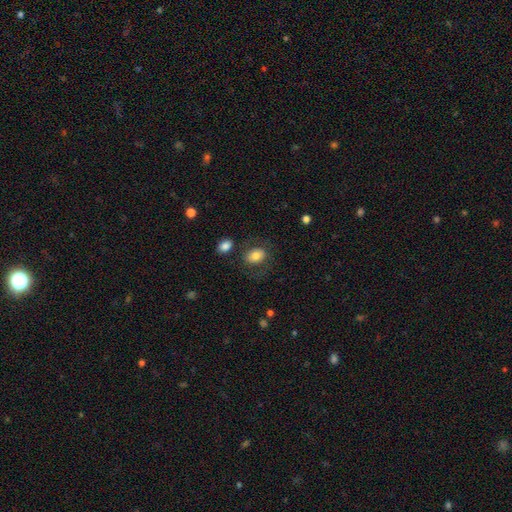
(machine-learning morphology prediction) The model was most divided on "how rounded": in between: 67%, round: 32%, cigar-shaped: 1%. More confident: smooth or featured — smooth (74%); merging — none (70%).